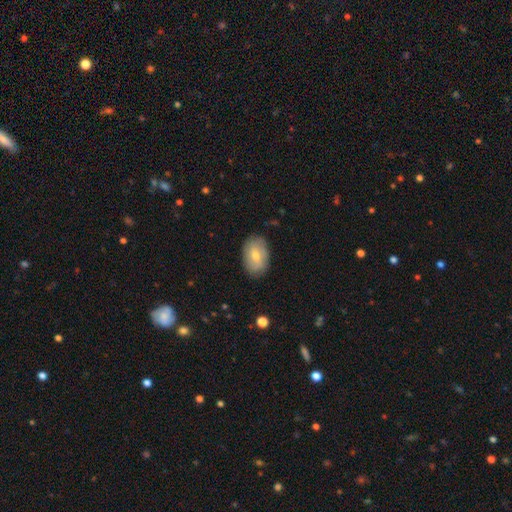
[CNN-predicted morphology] Smooth or featured? Predicted: smooth (p=0.68). How rounded? Predicted: in between (p=0.89). Merging? Predicted: none (p=0.82).